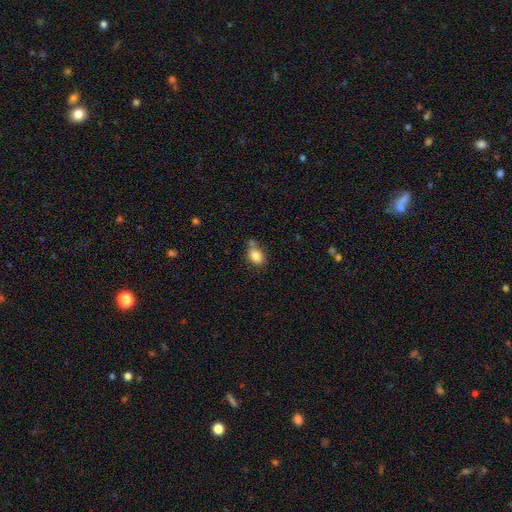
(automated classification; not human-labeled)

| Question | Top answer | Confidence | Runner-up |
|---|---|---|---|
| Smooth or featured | smooth | 82% | star or artifact (9%) |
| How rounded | in between | 73% | round (25%) |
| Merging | none | 52% | minor disturbance (24%) |